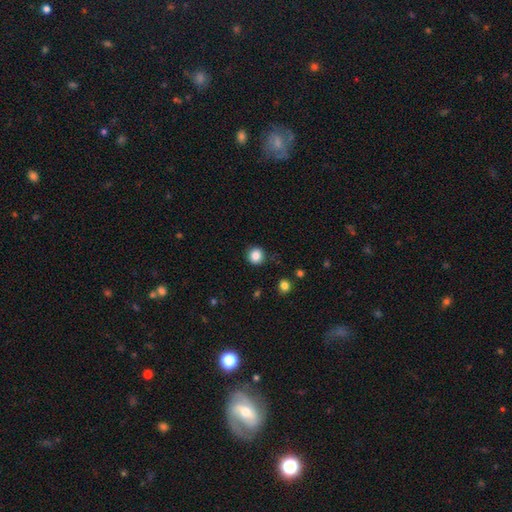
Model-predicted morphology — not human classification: Overall: smooth (86%). How rounded: round (91%). Merging: none (87%).